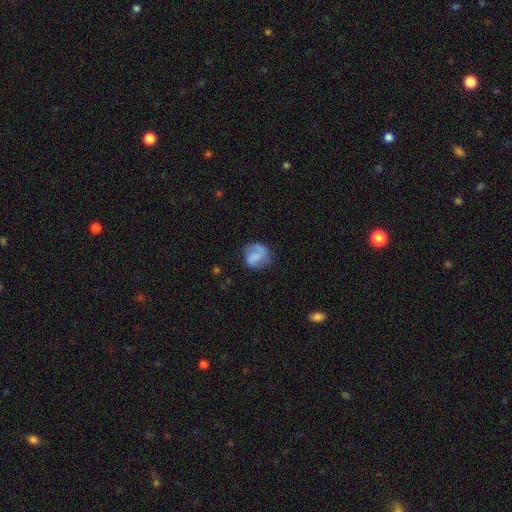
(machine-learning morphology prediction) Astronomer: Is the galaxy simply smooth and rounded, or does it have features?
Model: smooth — 52% (runner-up: featured or disk, 39%).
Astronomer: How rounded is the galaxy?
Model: round — 68%.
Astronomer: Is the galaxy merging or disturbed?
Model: none — 58%.